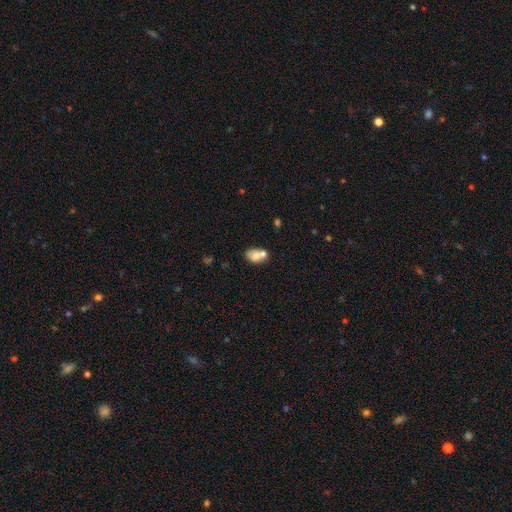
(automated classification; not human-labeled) smooth-or-featured: smooth: 70% | featured or disk: 21% | star or artifact: 9%
  how-rounded: in between: 76% | round: 22% | cigar-shaped: 1%
  merging: merger: 48% | none: 35% | minor disturbance: 12% | major disturbance: 5%